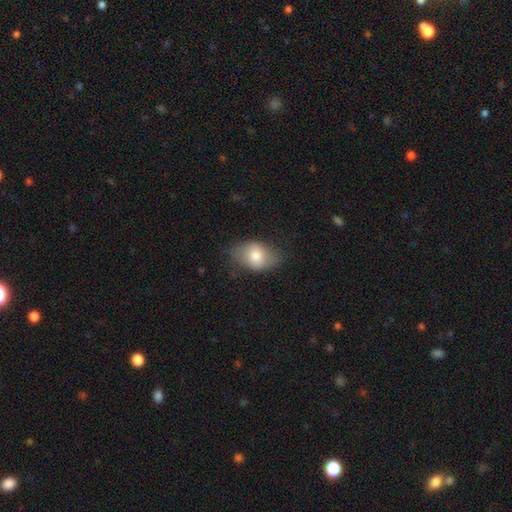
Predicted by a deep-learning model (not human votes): smooth_or_featured: smooth (p=0.76) [alt: featured or disk p=0.17]
how_rounded: in between (p=0.85) [alt: round p=0.14]
merging: none (p=0.72) [alt: minor disturbance p=0.21]